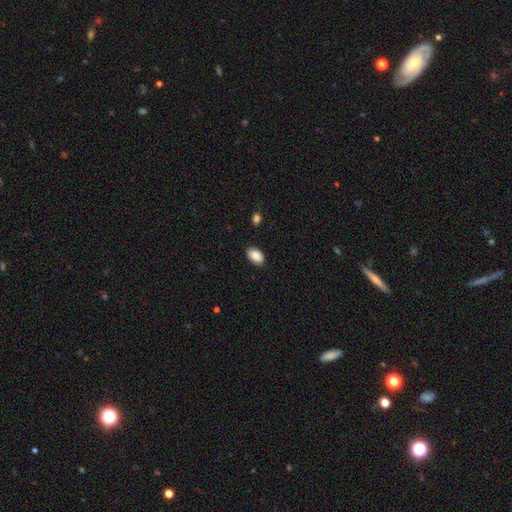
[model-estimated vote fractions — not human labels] A smooth galaxy with no disk features (89%) that is in between round and cigar-shaped (93%). Merging: none (87%).